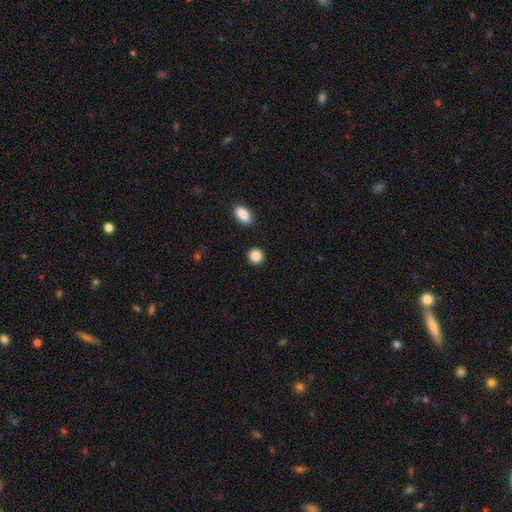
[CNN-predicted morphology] This is clearly a smooth galaxy (87%). How rounded: clearly round (90%). Merging: clearly none (90%).